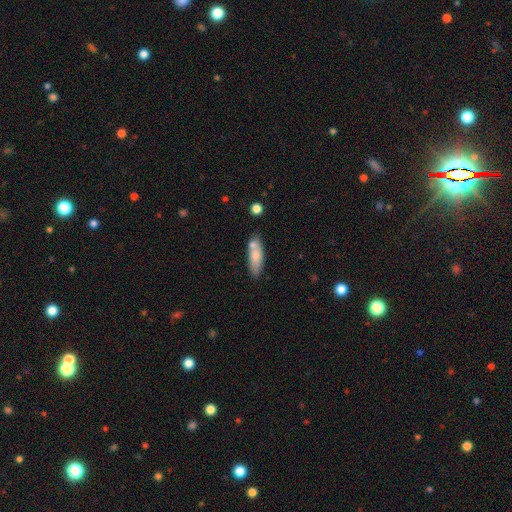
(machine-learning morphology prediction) smooth 76%, featured or disk 18%, star or artifact 7%. Down the decision tree: how rounded — in between (53%); merging — none (65%).